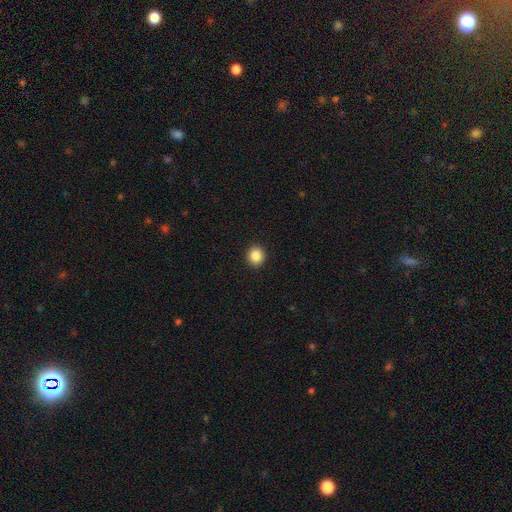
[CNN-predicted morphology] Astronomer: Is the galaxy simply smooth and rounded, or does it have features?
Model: smooth — 87%.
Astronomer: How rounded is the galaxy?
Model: round — 85%.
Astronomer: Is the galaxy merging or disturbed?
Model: none — 93%.